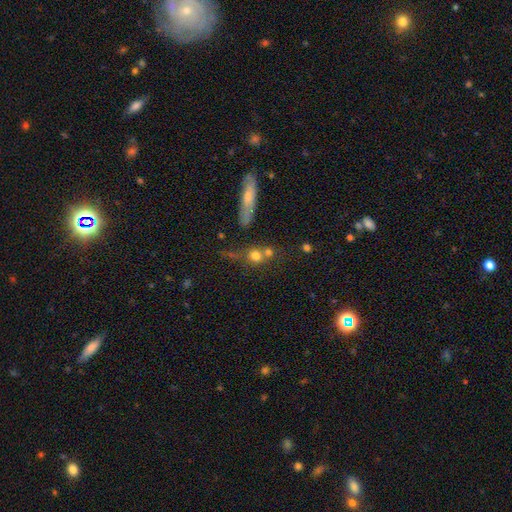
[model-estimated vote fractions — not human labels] A smooth galaxy with no disk features (71%) that is round (78%). Merging: none (48%).